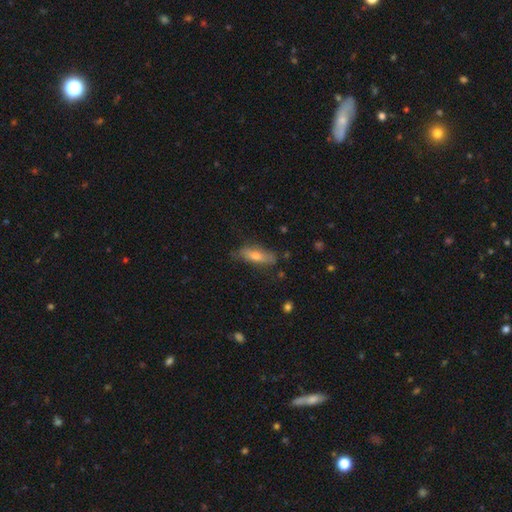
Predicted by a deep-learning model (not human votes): This appears to be a smooth galaxy with no disk features (58%) that is cigar-shaped (52%). Merging: none (73%).